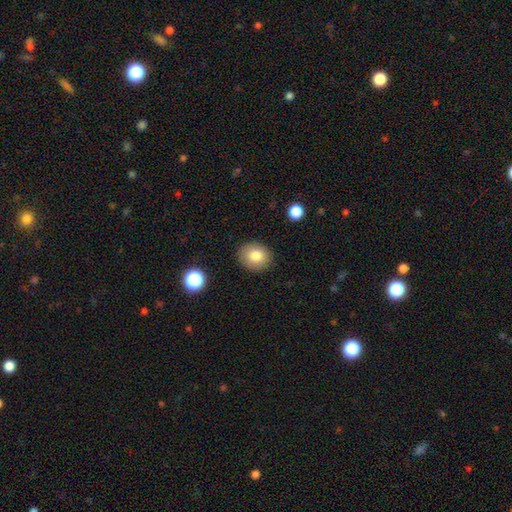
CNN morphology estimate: Smooth or featured? Predicted: smooth (p=0.81). How rounded? Predicted: round (p=0.65). Merging? Predicted: none (p=0.88).